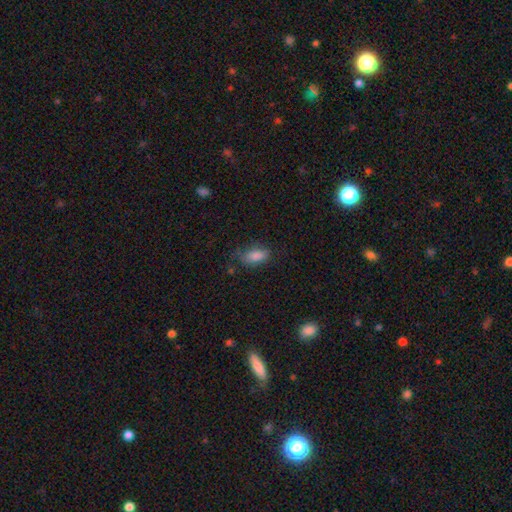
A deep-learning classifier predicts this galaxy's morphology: Smooth or featured?
  - smooth: 83% *
  - star or artifact: 9%
  - featured or disk: 7%
How rounded?
  - in between: 87% *
  - cigar-shaped: 8%
  - round: 5%
Merging?
  - none: 68% *
  - minor disturbance: 23%
  - major disturbance: 7%
  - merger: 2%